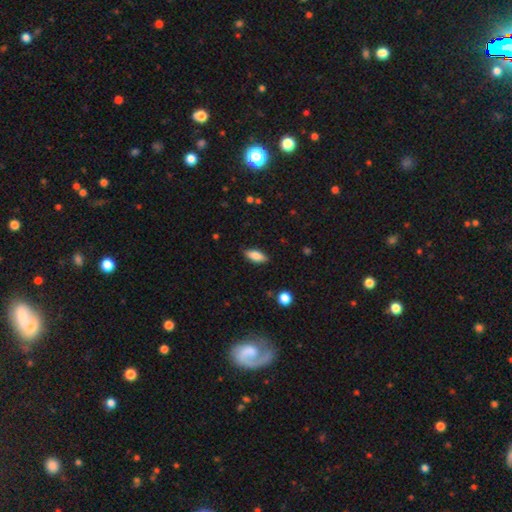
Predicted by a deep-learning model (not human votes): smooth 81%, featured or disk 13%, star or artifact 7%. Down the decision tree: how rounded — in between (77%); merging — none (86%).